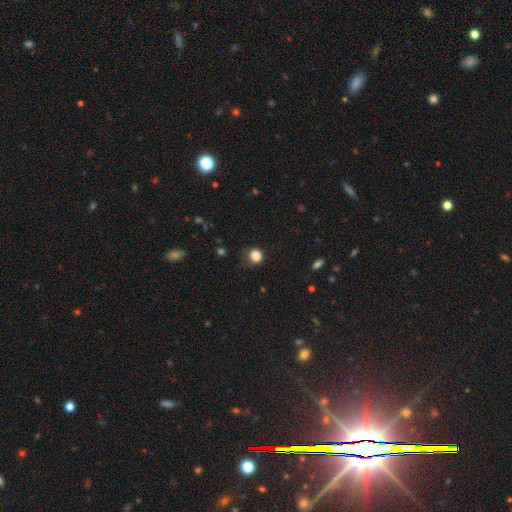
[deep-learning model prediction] Smooth or featured? Predicted: smooth (p=0.84). How rounded? Predicted: round (p=0.81). Merging? Predicted: none (p=0.76).